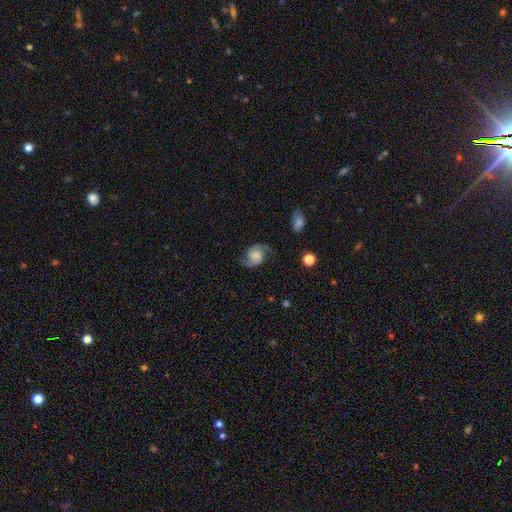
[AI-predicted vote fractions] featured or disk 77%, smooth 15%, star or artifact 8%. Down the decision tree: edge-on disk — no (98%); bar — no (65%); spiral arms — yes (96%); spiral arm count — 2 (92%); spiral winding — medium (49%); bulge size — none (28%); merging — none (74%).